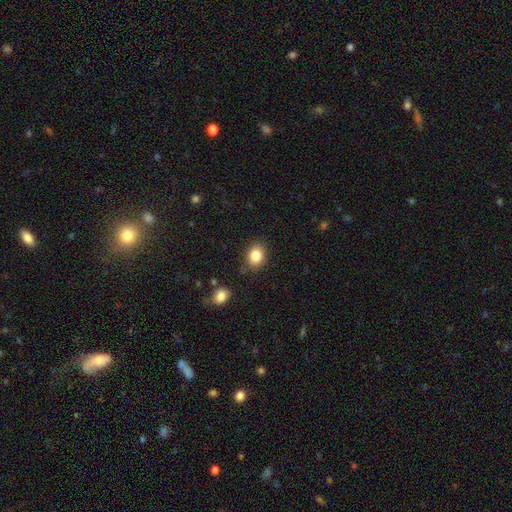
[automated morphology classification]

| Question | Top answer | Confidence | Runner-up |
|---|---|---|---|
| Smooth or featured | smooth | 84% | star or artifact (9%) |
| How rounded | in between | 53% | round (46%) |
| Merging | none | 82% | minor disturbance (12%) |